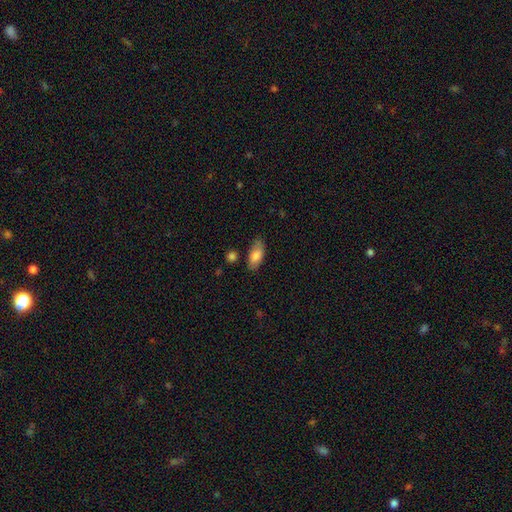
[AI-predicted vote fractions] A smooth galaxy with no disk features (77%) that is in between round and cigar-shaped (89%).

Vote fractions:
- Smooth or featured? smooth: 77% / featured or disk: 16% / star or artifact: 7%
- How rounded? in between: 89% / cigar-shaped: 8% / round: 3%
- Merging? none: 76% / minor disturbance: 17% / major disturbance: 4% / merger: 3%